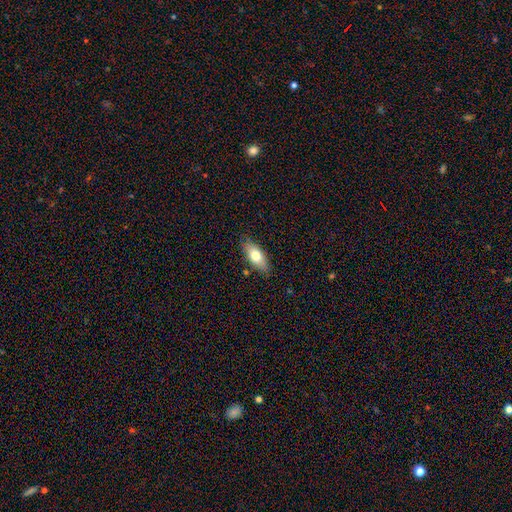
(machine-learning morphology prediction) Q: Smooth or featured?
A: smooth (71%); runner-up: featured or disk (23%)
Q: How rounded?
A: in between (80%); runner-up: cigar-shaped (17%)
Q: Merging?
A: none (83%); runner-up: minor disturbance (13%)